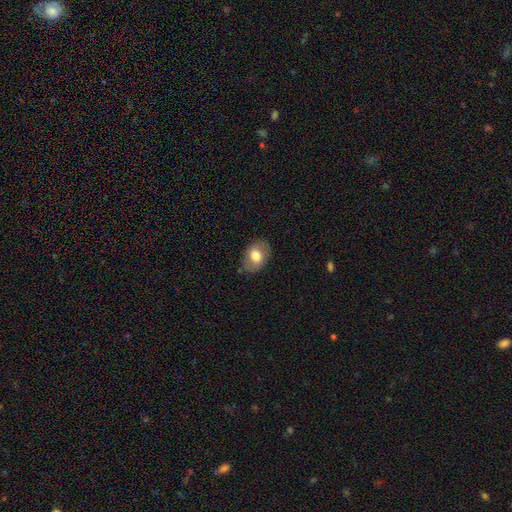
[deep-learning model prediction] Overall: smooth (71%). How rounded: in between (79%). Merging: none (79%).